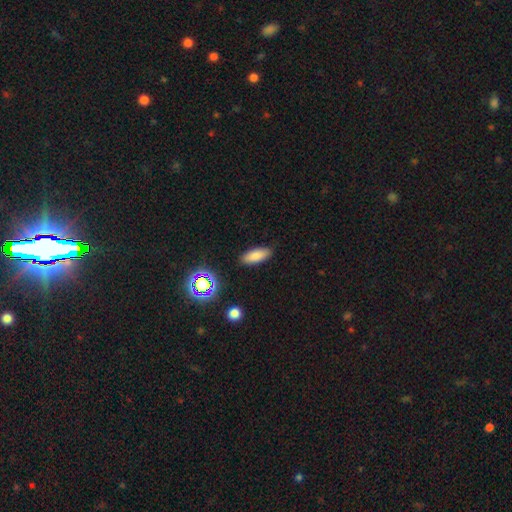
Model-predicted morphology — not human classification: Smooth or featured? smooth (81%)
How rounded? in between (78%)
Merging? none (88%)